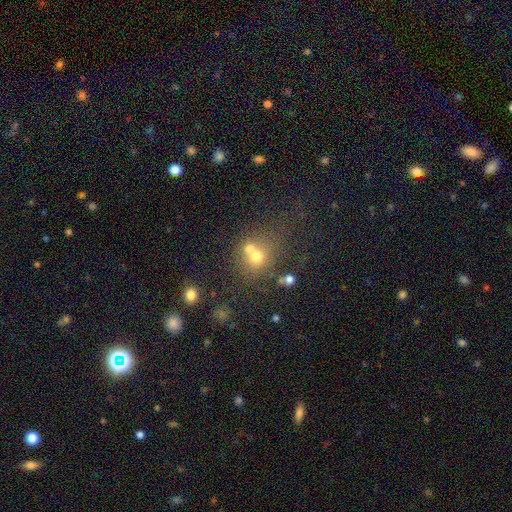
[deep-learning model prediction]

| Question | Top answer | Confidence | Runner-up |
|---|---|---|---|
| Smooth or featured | smooth | 62% | star or artifact (19%) |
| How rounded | round | 79% | in between (20%) |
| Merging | merger | 45% | none (41%) |